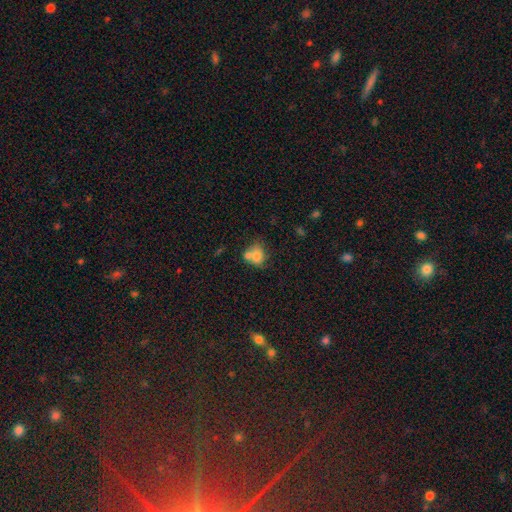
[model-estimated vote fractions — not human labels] A smooth galaxy with no disk features (74%) that is round (51%). Merging: merger (47%).